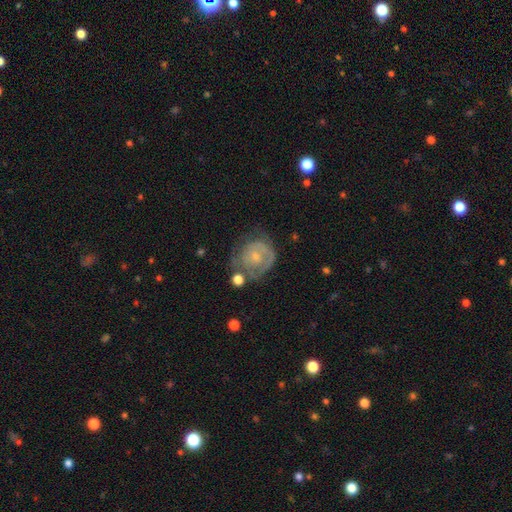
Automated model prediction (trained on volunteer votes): Smooth or featured?
  - featured or disk: 67% *
  - smooth: 26%
  - star or artifact: 7%
Edge-on disk?
  - no: 97% *
  - yes: 3%
Bar?
  - no: 77% *
  - weak: 20%
  - strong: 3%
Spiral arms?
  - yes: 73% *
  - no: 27%
Bulge size?
  - small: 65% *
  - moderate: 25%
  - none: 6%
  - large: 2%
  - dominant: 1%
Merging?
  - none: 51% *
  - minor disturbance: 25%
  - major disturbance: 18%
  - merger: 6%